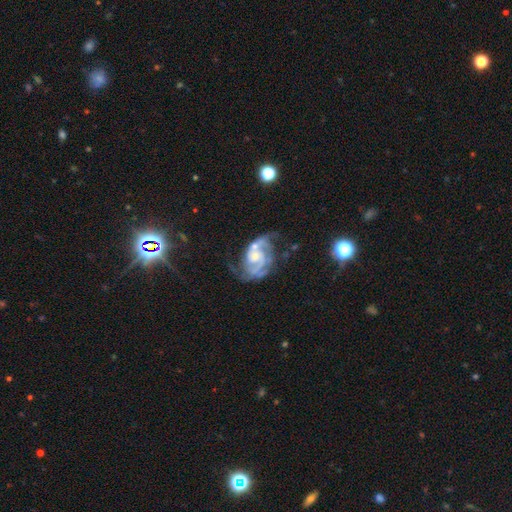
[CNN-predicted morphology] A featured or disk galaxy (87%) with no bar (61%), 2 (68%) medium (47%) spiral arms (96%) and a small central bulge (52%).

Vote fractions:
- Smooth or featured? featured or disk: 87% / smooth: 7% / star or artifact: 6%
- Edge-on disk? no: 98% / yes: 2%
- Bar? no: 61% / weak: 32% / strong: 7%
- Spiral arms? yes: 96% / no: 4%
- Spiral winding? medium: 47% / tight: 37% / loose: 16%
- Spiral arm count? 2: 68% / can't tell: 12% / 3: 11% / 1: 4% / 4: 3% / more than 4: 3%
- Bulge size? small: 52% / moderate: 39% / none: 4% / large: 3% / dominant: 1%
- Merging? none: 46% / minor disturbance: 23% / major disturbance: 21% / merger: 10%